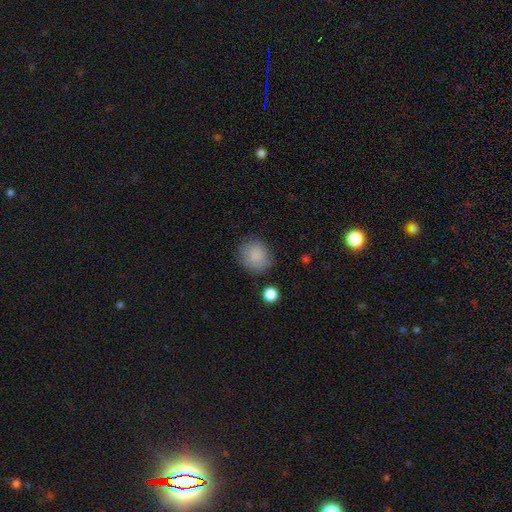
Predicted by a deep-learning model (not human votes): A smooth galaxy with no disk features (86%) that is round (79%).

Vote fractions:
- Smooth or featured? smooth: 86% / star or artifact: 8% / featured or disk: 6%
- How rounded? round: 79% / in between: 20% / cigar-shaped: 1%
- Merging? none: 79% / minor disturbance: 14% / major disturbance: 4% / merger: 2%